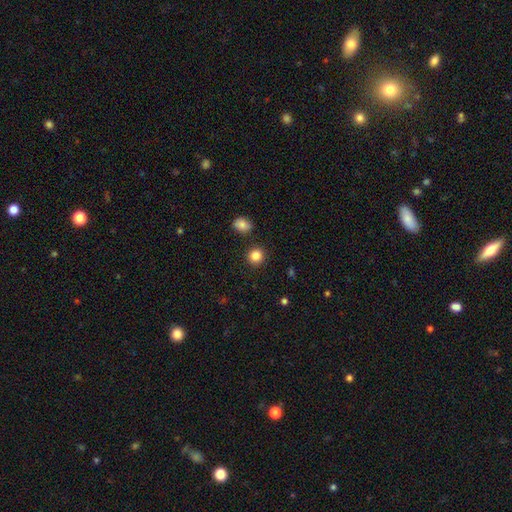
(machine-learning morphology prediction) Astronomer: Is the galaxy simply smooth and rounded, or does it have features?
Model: smooth — 84%.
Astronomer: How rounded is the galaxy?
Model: round — 91%.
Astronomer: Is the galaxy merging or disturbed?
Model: none — 90%.